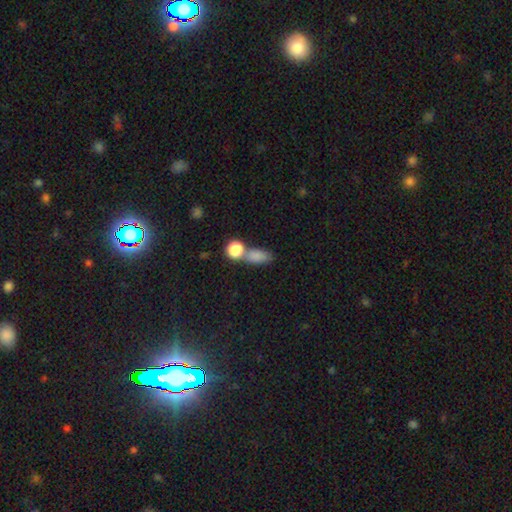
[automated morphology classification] smooth_or_featured: smooth (p=0.81) [alt: star or artifact p=0.12]
how_rounded: in between (p=0.71) [alt: round p=0.19]
merging: none (p=0.49) [alt: merger p=0.32]